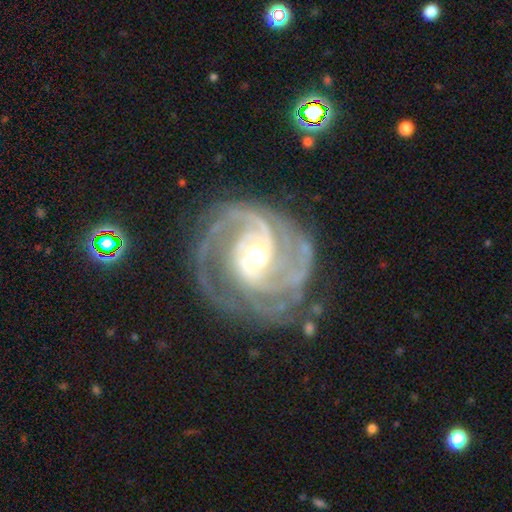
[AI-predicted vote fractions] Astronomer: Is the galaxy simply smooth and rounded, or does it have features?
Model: featured or disk — 93%.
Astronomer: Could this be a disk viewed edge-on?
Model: no — 98%.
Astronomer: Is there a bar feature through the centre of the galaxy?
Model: no — 48% (runner-up: weak, 35%).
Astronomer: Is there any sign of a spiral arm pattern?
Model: yes — 98%.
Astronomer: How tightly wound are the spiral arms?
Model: tight — 57% (runner-up: medium, 37%).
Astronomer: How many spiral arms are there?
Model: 3 — 34% (runner-up: 2, 32%).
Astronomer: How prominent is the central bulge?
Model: moderate — 67%.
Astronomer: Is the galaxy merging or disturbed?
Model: none — 73%.